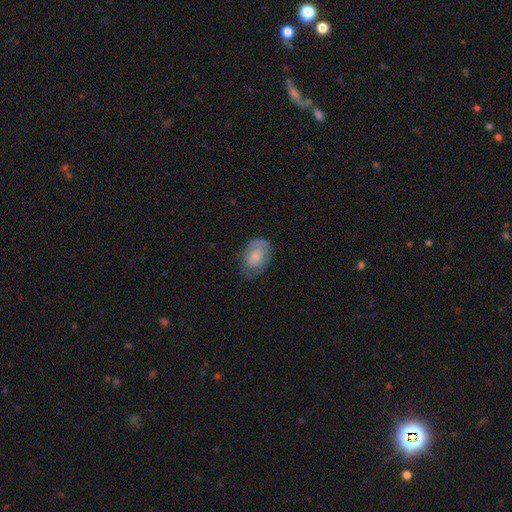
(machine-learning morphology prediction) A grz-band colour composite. It shows a smooth galaxy with no disk features (68%) that is in between round and cigar-shaped (84%). Merging: none (58%).